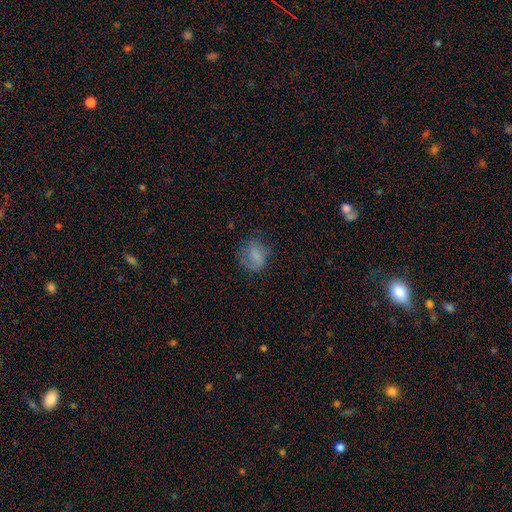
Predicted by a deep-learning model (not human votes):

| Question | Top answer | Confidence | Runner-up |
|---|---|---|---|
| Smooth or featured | smooth | 64% | featured or disk (24%) |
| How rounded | in between | 59% | round (40%) |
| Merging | none | 54% | minor disturbance (26%) |